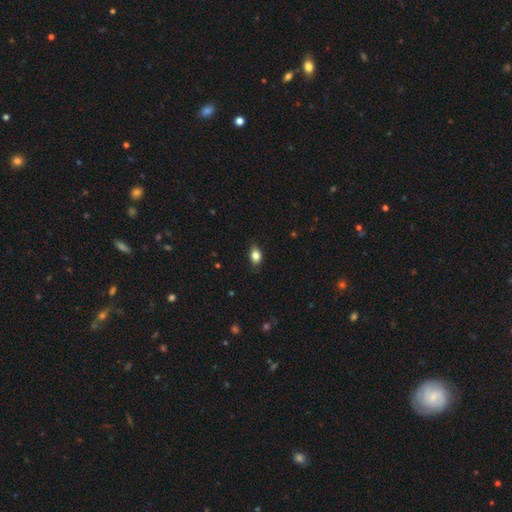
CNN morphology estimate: Smooth or featured?
  - smooth: 81% *
  - featured or disk: 10%
  - star or artifact: 9%
How rounded?
  - in between: 78% *
  - round: 19%
  - cigar-shaped: 3%
Merging?
  - none: 78% *
  - minor disturbance: 18%
  - major disturbance: 3%
  - merger: 1%